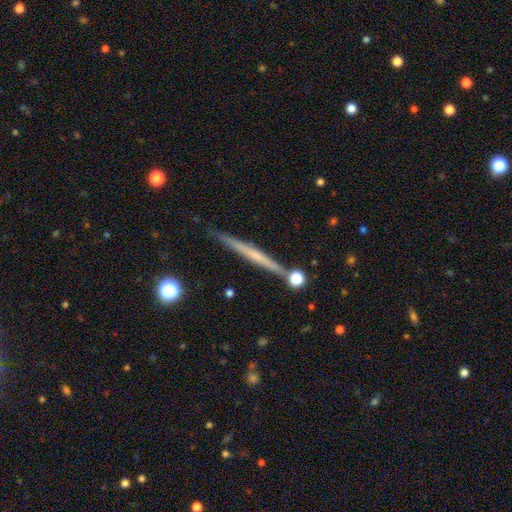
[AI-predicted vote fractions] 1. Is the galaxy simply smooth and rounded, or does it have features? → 59% featured or disk, 34% smooth, 7% star or artifact.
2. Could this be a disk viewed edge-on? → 97% yes, 3% no.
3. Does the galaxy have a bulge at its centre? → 70% none, 24% rounded, 6% boxy.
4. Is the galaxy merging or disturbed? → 85% none, 9% minor disturbance, 4% merger, 2% major disturbance.